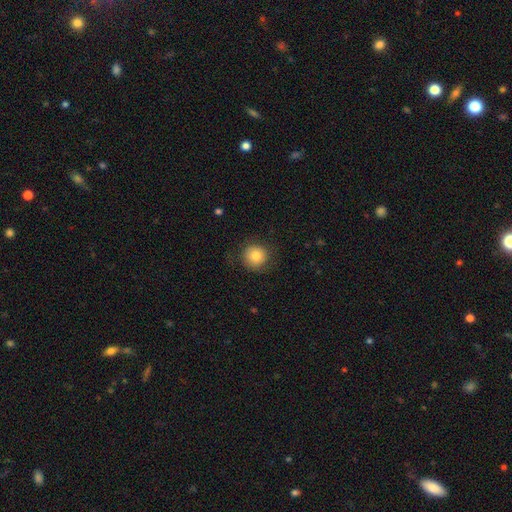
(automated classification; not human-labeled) smooth 81%, featured or disk 10%, star or artifact 9%. Down the decision tree: how rounded — round (93%); merging — none (83%).